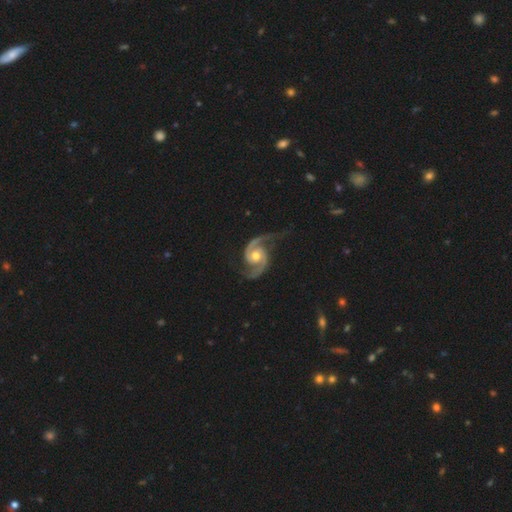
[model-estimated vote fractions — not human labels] Smooth or featured?
  - featured or disk: 94% *
  - star or artifact: 3%
  - smooth: 2%
Edge-on disk?
  - no: 98% *
  - yes: 2%
Bar?
  - no: 66% *
  - weak: 26%
  - strong: 8%
Spiral arms?
  - yes: 99% *
  - no: 1%
Spiral winding?
  - medium: 59% *
  - tight: 24%
  - loose: 17%
Spiral arm count?
  - 2: 94% *
  - 3: 1%
  - can't tell: 1%
  - 1: 1%
  - 4: 1%
  - more than 4: 1%
Bulge size?
  - moderate: 75% *
  - small: 18%
  - large: 5%
  - none: 1%
  - dominant: 1%
Merging?
  - none: 75% *
  - minor disturbance: 16%
  - major disturbance: 7%
  - merger: 2%